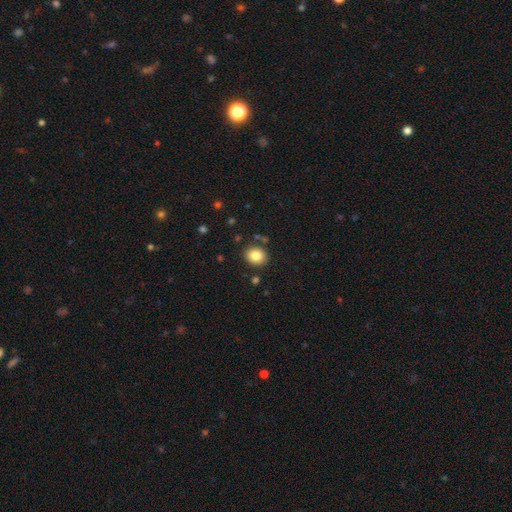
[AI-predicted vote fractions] This is clearly a smooth galaxy (84%). How rounded: likely round (65%). Merging: clearly none (87%).